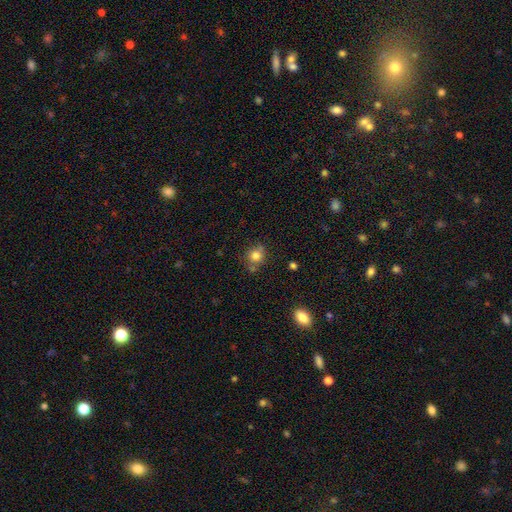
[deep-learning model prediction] Smooth or featured? smooth (81%)
How rounded? round (82%)
Merging? none (69%)